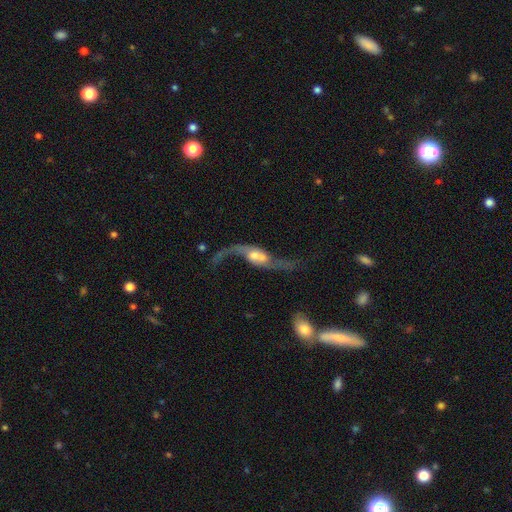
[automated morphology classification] smooth-or-featured: featured or disk: 85% | smooth: 9% | star or artifact: 6%
  disk-edge-on: no: 91% | yes: 9%
    bar: weak: 41% | no: 39% | strong: 20%
    has-spiral-arms: yes: 93% | no: 7%
      spiral-winding: loose: 92% | medium: 6% | tight: 2%
      spiral-arm-count: 2: 91% | 1: 5% | can't tell: 2% | 3: 1% | 4: 1% | more than 4: 1%
    bulge-size: moderate: 49% | small: 30% | large: 11% | none: 7% | dominant: 3%
  merging: none: 46% | merger: 20% | major disturbance: 19% | minor disturbance: 14%